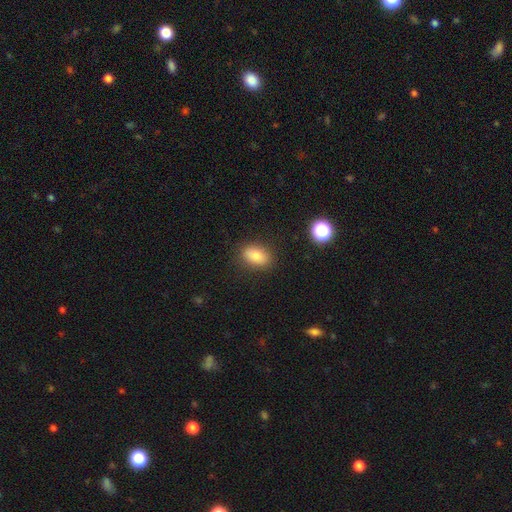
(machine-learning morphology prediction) Smooth or featured: smooth — 80% (star or artifact — 10%)
How rounded: in between — 82% (round — 15%)
Merging: none — 86% (minor disturbance — 10%)